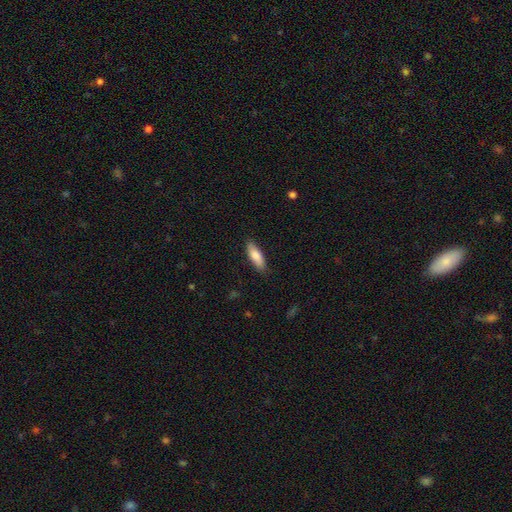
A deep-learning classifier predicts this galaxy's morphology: smooth_or_featured: smooth (p=0.83) [alt: featured or disk p=0.11]
how_rounded: in between (p=0.55) [alt: cigar-shaped p=0.43]
merging: none (p=0.85) [alt: minor disturbance p=0.11]